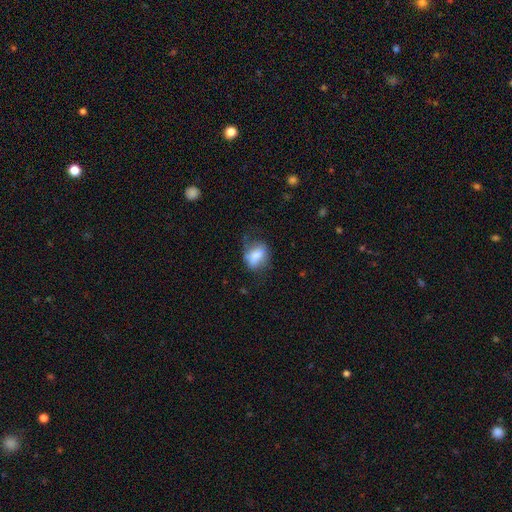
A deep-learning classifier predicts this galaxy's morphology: Smooth or featured? Predicted: smooth (p=0.72). How rounded? Predicted: in between (p=0.71). Merging? Predicted: none (p=0.49).